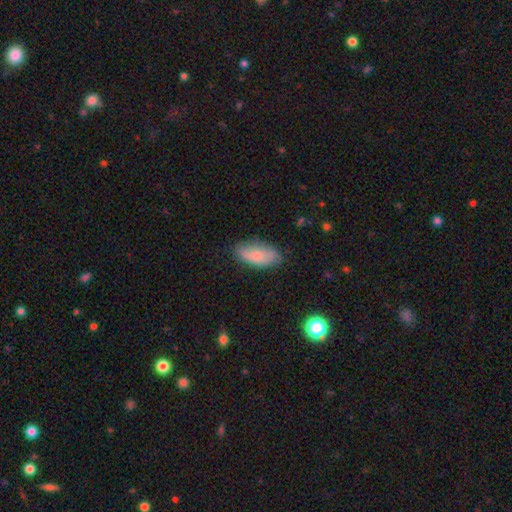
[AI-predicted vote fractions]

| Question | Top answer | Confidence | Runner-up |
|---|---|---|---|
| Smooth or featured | smooth | 76% | featured or disk (18%) |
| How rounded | in between | 88% | cigar-shaped (10%) |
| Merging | none | 75% | minor disturbance (20%) |